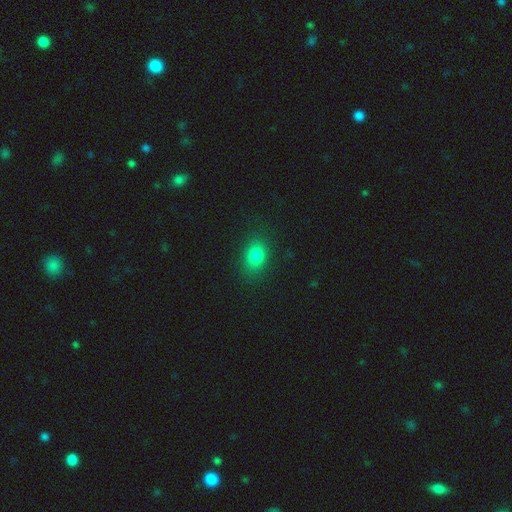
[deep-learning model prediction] smooth 81%, star or artifact 12%, featured or disk 7%. Down the decision tree: how rounded — in between (64%); merging — none (84%).